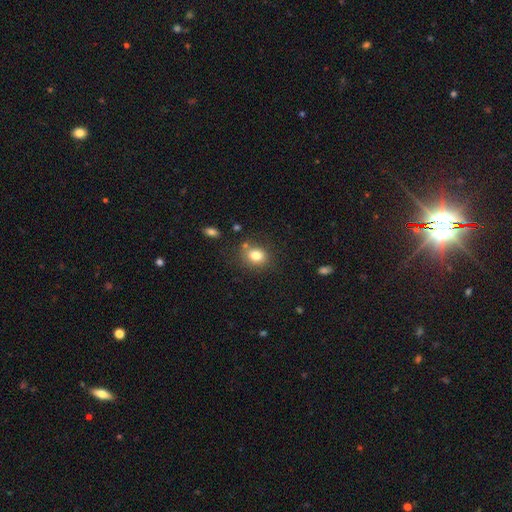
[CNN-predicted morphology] type=smooth (81%); roundness=round (55%); merging=none (75%).